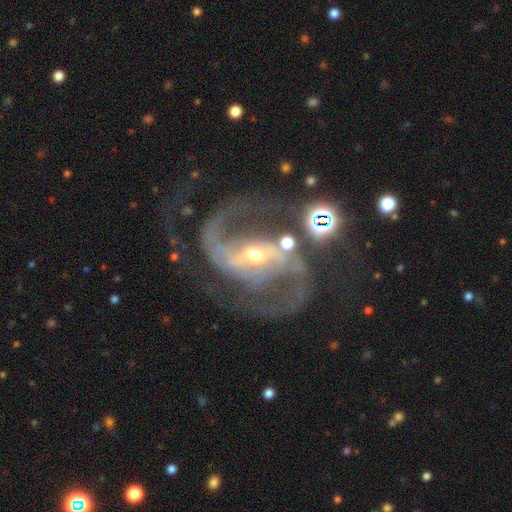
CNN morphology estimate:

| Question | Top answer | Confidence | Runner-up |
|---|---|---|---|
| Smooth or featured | featured or disk | 92% | star or artifact (6%) |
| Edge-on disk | no | 98% | yes (2%) |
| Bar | strong | 51% | weak (34%) |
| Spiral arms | yes | 98% | no (2%) |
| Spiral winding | medium | 65% | loose (20%) |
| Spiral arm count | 2 | 92% | 3 (3%) |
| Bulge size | small | 61% | moderate (35%) |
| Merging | none | 69% | minor disturbance (15%) |